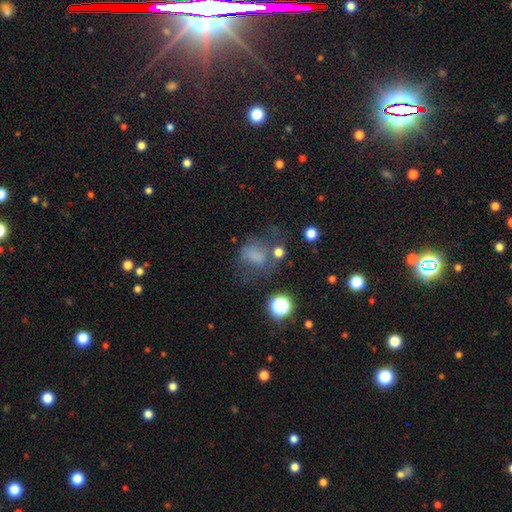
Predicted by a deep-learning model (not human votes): Overall: smooth (55%; featured or disk 25%). How rounded: round (52%; in between 46%). Merging: none (35%; major disturbance 34%).